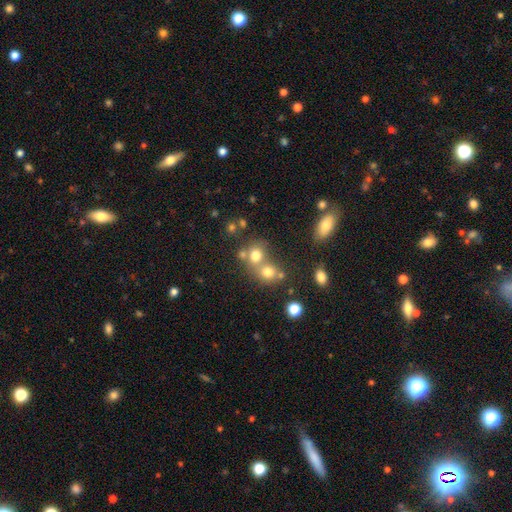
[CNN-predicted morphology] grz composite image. It shows a smooth galaxy with no disk features (73%) that is round (77%). Merging: merger (44%, tied with none).